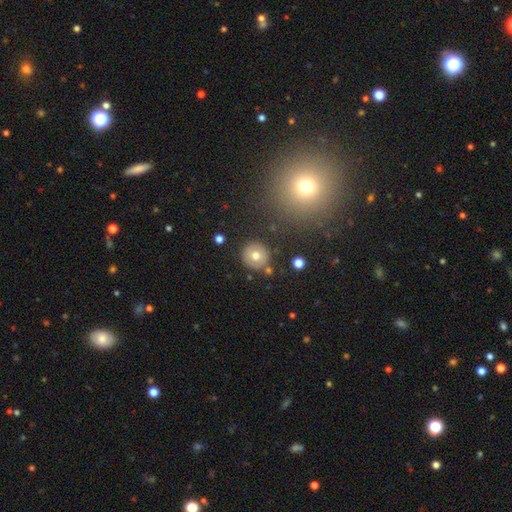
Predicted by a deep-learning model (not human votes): smooth_or_featured: smooth (p=0.72) [alt: featured or disk p=0.18]
how_rounded: round (p=0.93) [alt: in between p=0.06]
merging: none (p=0.84) [alt: minor disturbance p=0.09]